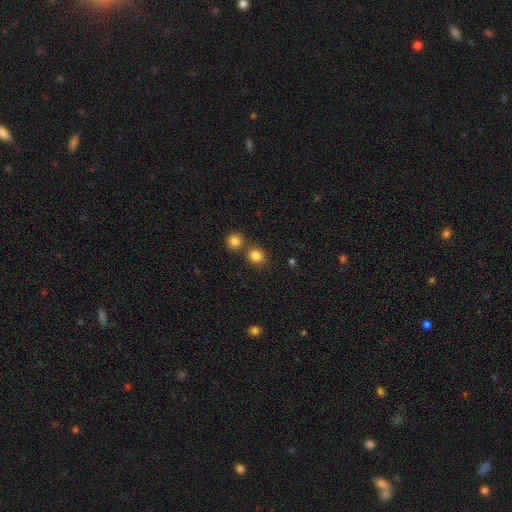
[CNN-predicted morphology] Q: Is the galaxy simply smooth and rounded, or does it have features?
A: smooth — 83%.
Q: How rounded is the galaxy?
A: round — 88%.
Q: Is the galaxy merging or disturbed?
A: none — 72%.